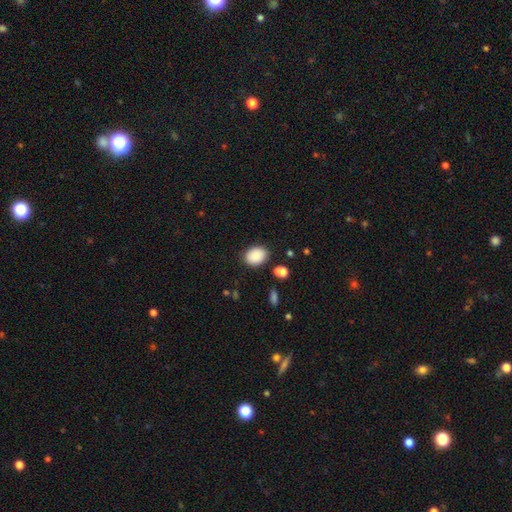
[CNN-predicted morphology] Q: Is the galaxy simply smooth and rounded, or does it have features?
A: smooth — 88%.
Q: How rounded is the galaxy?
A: in between — 63%.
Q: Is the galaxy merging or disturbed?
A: none — 84%.